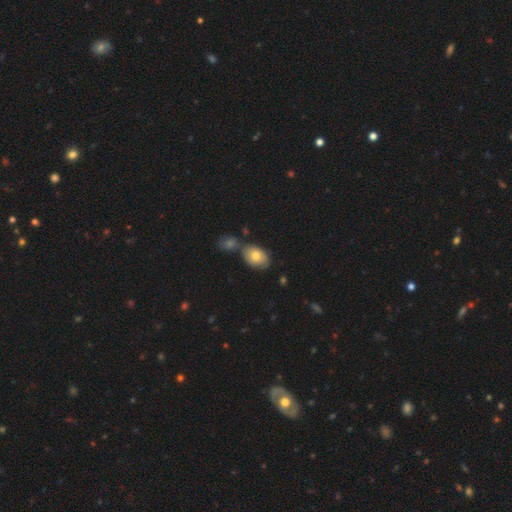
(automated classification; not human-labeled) Q: Smooth or featured?
A: smooth (76%); runner-up: featured or disk (16%)
Q: How rounded?
A: in between (84%); runner-up: round (14%)
Q: Merging?
A: none (55%); runner-up: merger (26%)